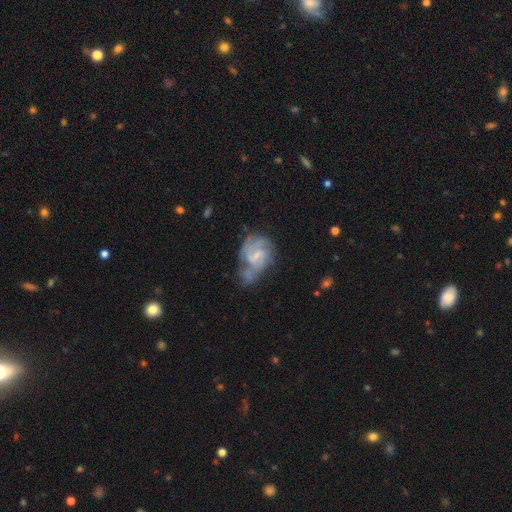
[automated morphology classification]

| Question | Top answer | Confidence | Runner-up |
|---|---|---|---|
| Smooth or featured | featured or disk | 70% | smooth (23%) |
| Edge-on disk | no | 97% | yes (3%) |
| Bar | weak | 54% | no (31%) |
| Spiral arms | yes | 76% | no (24%) |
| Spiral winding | medium | 42% | tight (40%) |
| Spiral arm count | can't tell | 37% | tied: 2 (37%) |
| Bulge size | small | 52% | moderate (28%) |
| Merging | none | 31% | minor disturbance (25%) |